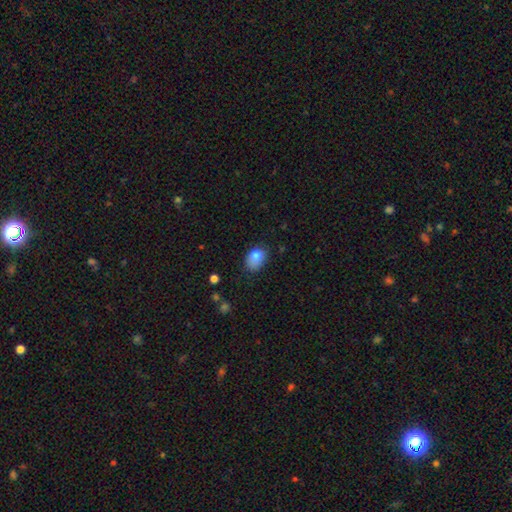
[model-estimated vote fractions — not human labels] Smooth or featured? smooth (81%)
How rounded? in between (78%)
Merging? none (61%)